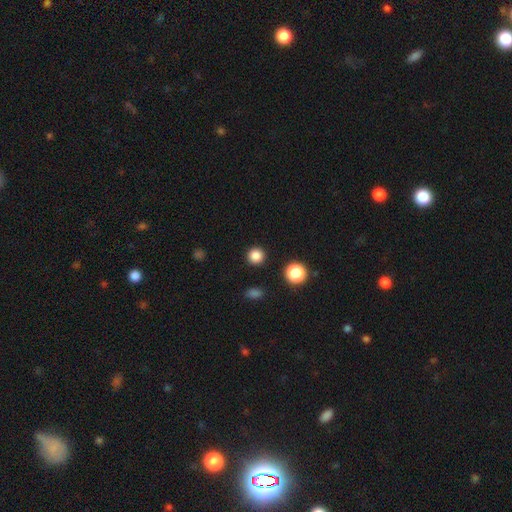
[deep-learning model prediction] smooth 84%, star or artifact 13%, featured or disk 3%. Down the decision tree: how rounded — round (95%); merging — none (92%).